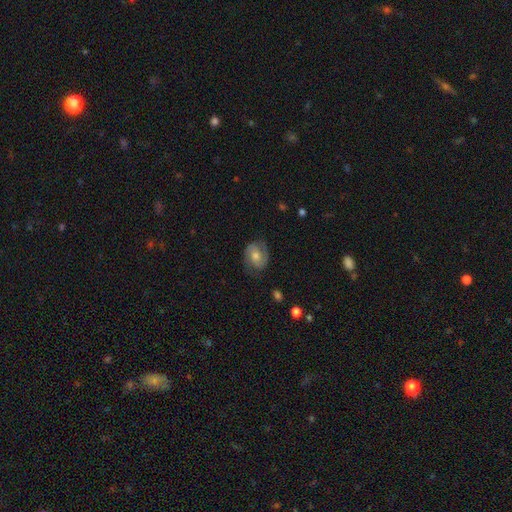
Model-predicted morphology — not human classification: A featured or disk galaxy (65%) with no bar (56%), 2 (85%) medium (46%) spiral arms (88%) and a moderate central bulge (63%). Merging: none (75%).